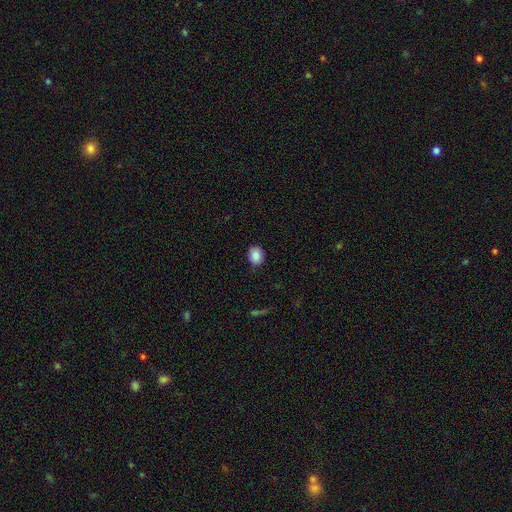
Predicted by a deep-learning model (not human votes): Smooth or featured?
  - smooth: 88% *
  - star or artifact: 8%
  - featured or disk: 4%
How rounded?
  - round: 53% *
  - in between: 46%
  - cigar-shaped: 1%
Merging?
  - none: 87% *
  - minor disturbance: 10%
  - major disturbance: 2%
  - merger: 1%